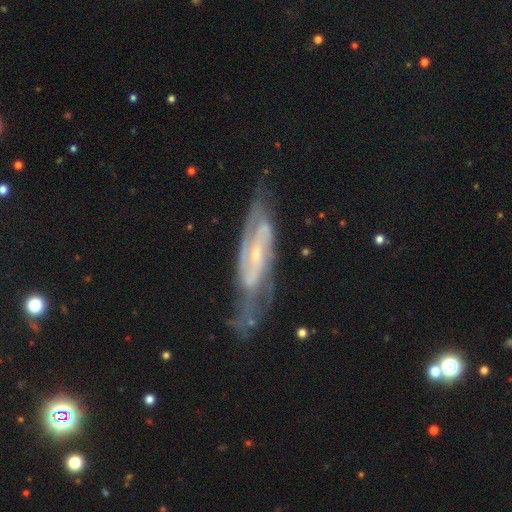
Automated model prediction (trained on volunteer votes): Smooth or featured? featured or disk (87%)
Edge-on disk? no (84%)
Bar? weak (41%)
Spiral arms? yes (95%)
Spiral winding? medium (47%)
Spiral arm count? 2 (70%)
Bulge size? small (76%)
Merging? none (66%)